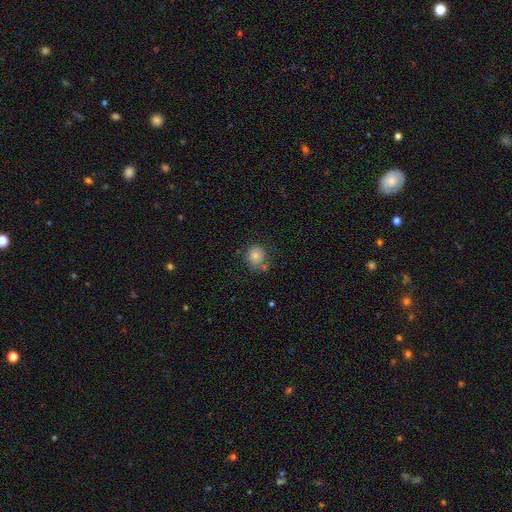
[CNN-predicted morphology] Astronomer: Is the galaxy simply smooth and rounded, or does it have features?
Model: smooth — 80%.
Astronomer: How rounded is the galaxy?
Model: round — 83%.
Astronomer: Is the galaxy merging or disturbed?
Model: none — 69%.